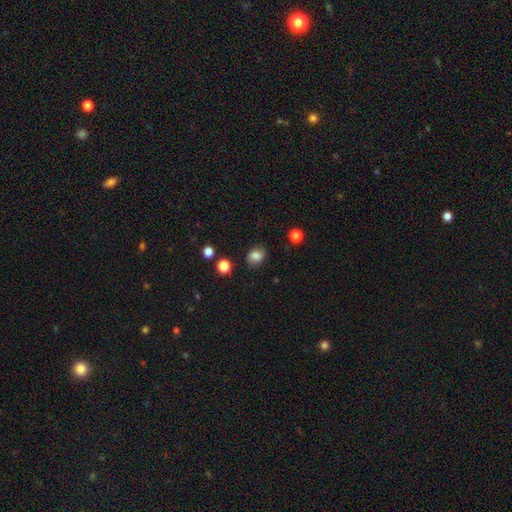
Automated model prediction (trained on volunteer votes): A smooth galaxy with no disk features (79%) that is in between round and cigar-shaped (54%).

Vote fractions:
- Smooth or featured? smooth: 79% / star or artifact: 11% / featured or disk: 10%
- How rounded? in between: 54% / round: 45% / cigar-shaped: 1%
- Merging? none: 77% / minor disturbance: 16% / major disturbance: 4% / merger: 2%